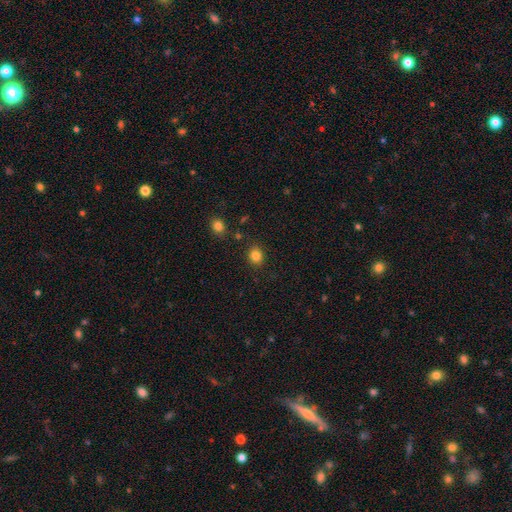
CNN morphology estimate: Q: Smooth or featured?
A: smooth (84%); runner-up: star or artifact (11%)
Q: How rounded?
A: round (68%); runner-up: in between (31%)
Q: Merging?
A: none (85%); runner-up: minor disturbance (9%)